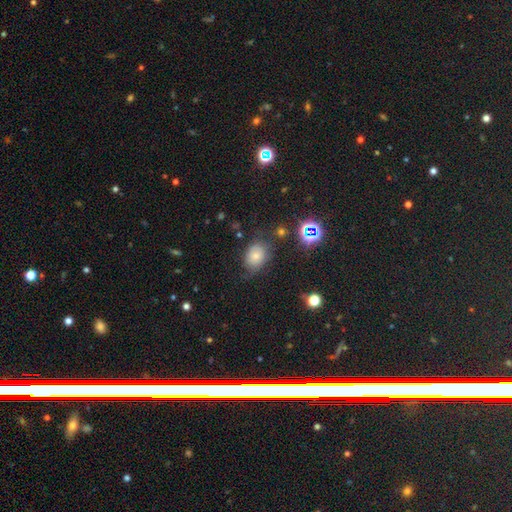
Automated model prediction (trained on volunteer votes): Smooth or featured? smooth (65%)
How rounded? in between (58%)
Merging? none (61%)